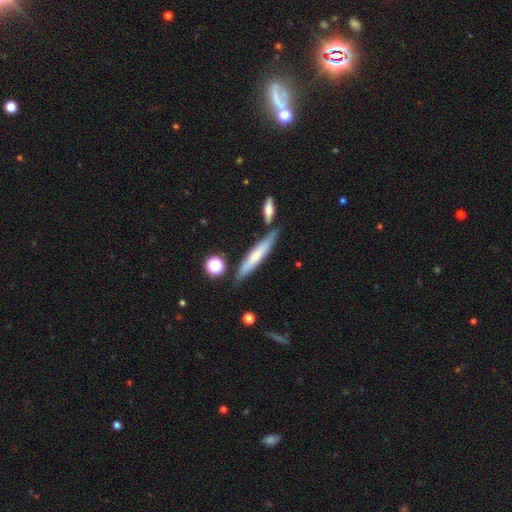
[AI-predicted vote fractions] The model was most divided on "smooth or featured": featured or disk: 58%, smooth: 32%, star or artifact: 10%. More confident: edge-on disk — yes (91%); merging — none (76%); edge-on bulge — rounded (63%).